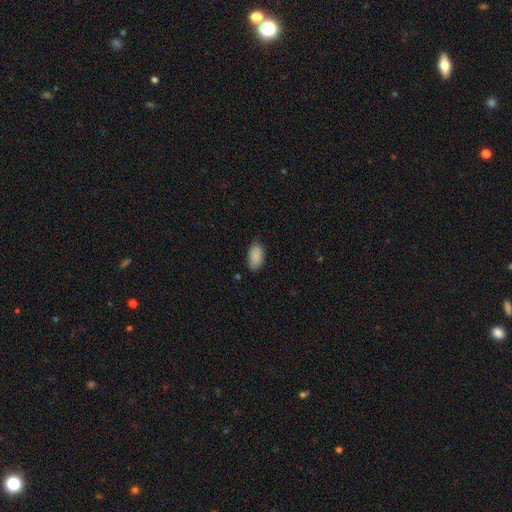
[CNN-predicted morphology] smooth-or-featured: smooth: 89% | star or artifact: 7% | featured or disk: 4%
  how-rounded: in between: 94% | round: 4% | cigar-shaped: 2%
  merging: none: 81% | minor disturbance: 15% | major disturbance: 3% | merger: 1%